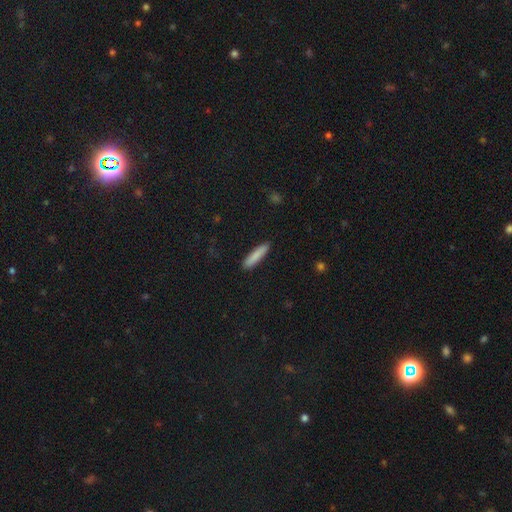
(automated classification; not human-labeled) The model was most divided on "how rounded": cigar-shaped: 85%, in between: 14%, round: 1%. More confident: merging — none (89%); smooth or featured — smooth (85%).